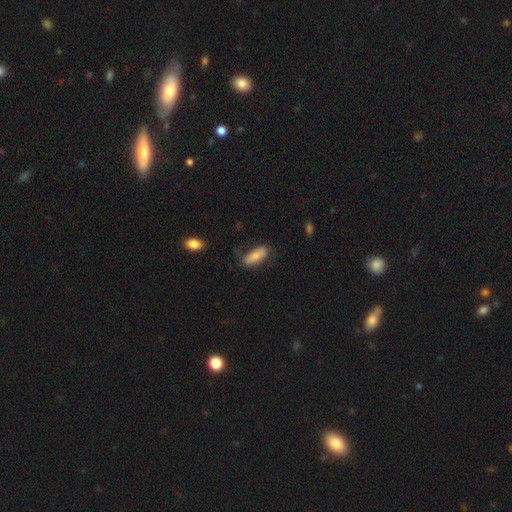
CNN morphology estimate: The model was most divided on "how rounded": in between: 71%, cigar-shaped: 27%, round: 2%. More confident: smooth or featured — smooth (77%); merging — none (71%).